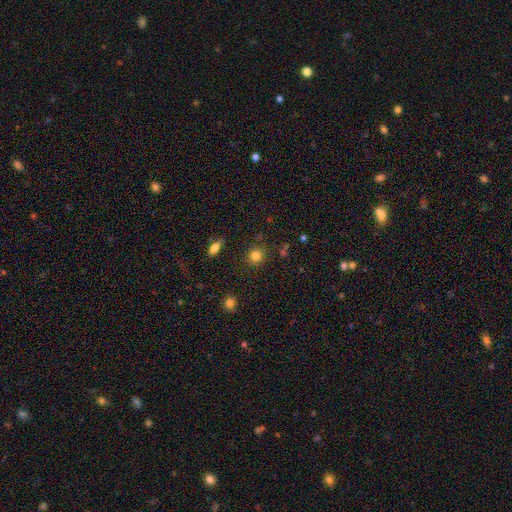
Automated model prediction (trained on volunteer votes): Smooth or featured? Predicted: smooth (p=0.82). How rounded? Predicted: round (p=0.86). Merging? Predicted: none (p=0.85).